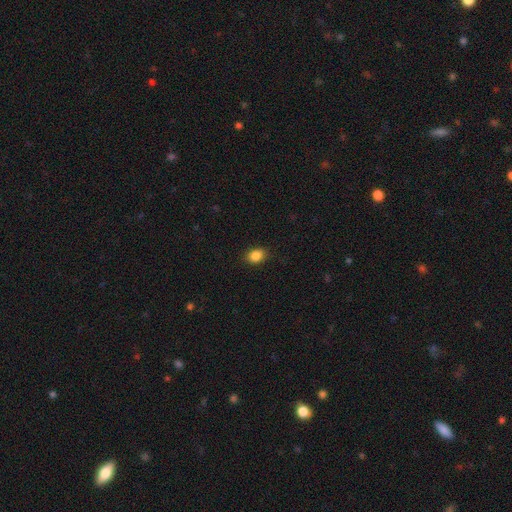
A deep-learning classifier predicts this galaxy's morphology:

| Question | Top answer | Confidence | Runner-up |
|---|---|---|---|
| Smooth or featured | smooth | 86% | star or artifact (9%) |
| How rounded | in between | 69% | round (30%) |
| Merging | none | 86% | minor disturbance (10%) |